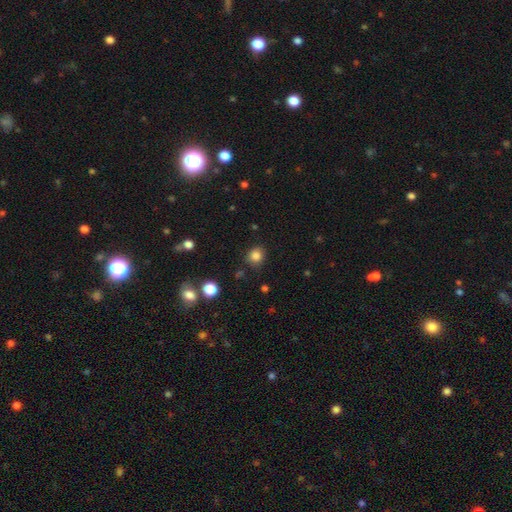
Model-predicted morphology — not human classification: smooth 84%, star or artifact 12%, featured or disk 4%. Down the decision tree: how rounded — round (78%); merging — none (83%).